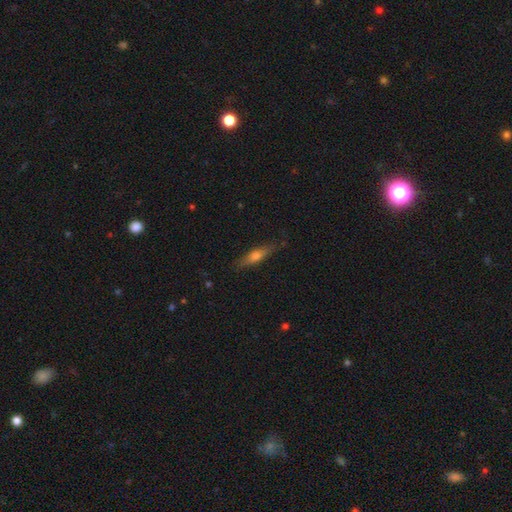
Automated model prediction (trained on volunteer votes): Smooth or featured: smooth — 51% (featured or disk — 42%)
How rounded: cigar-shaped — 72% (in between — 26%)
Merging: none — 80% (minor disturbance — 16%)